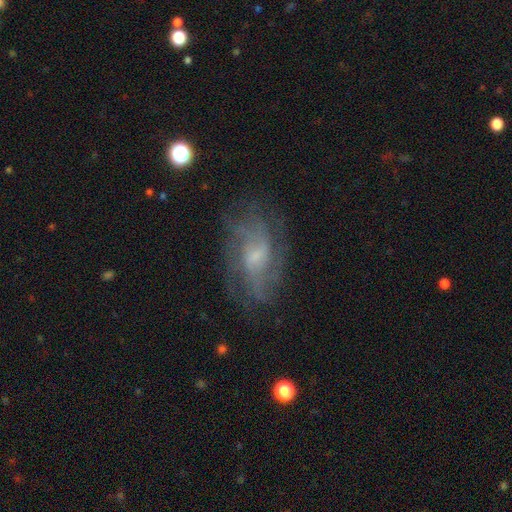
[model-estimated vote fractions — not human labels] Smooth or featured? Predicted: featured or disk (p=0.75). Edge-on disk? Predicted: no (p=0.95). Bar? Predicted: no (p=0.52). Spiral arms? Predicted: yes (p=0.87). Spiral winding? Predicted: medium (p=0.43). Spiral arm count? Predicted: can't tell (p=0.43). Bulge size? Predicted: small (p=0.53). Merging? Predicted: none (p=0.67).